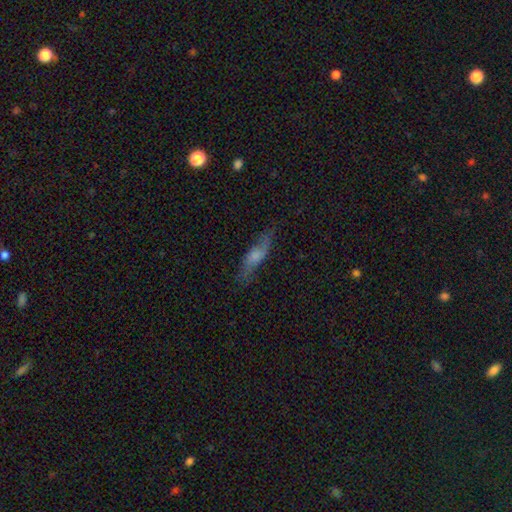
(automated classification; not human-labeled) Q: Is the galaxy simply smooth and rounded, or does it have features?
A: smooth — 47%.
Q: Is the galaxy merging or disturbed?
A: none — 65%.